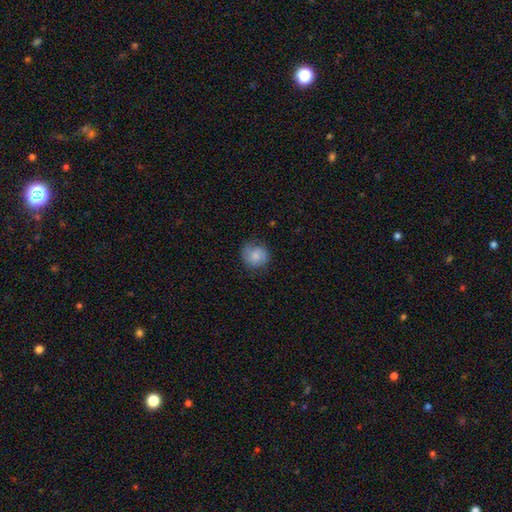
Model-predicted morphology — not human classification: Smooth or featured: smooth — 73% (featured or disk — 20%)
How rounded: round — 85% (in between — 14%)
Merging: none — 71% (minor disturbance — 21%)